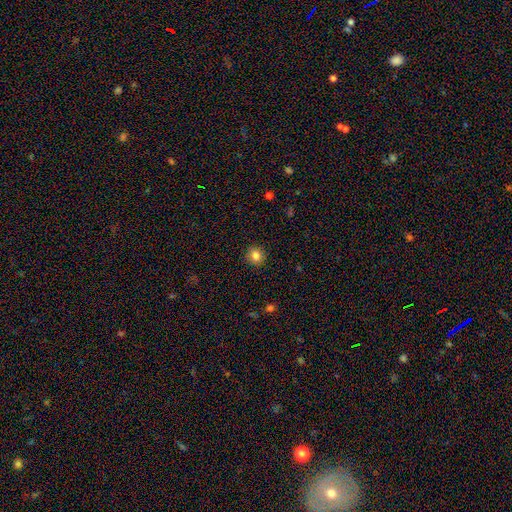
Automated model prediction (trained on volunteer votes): This appears to be a smooth galaxy with no disk features (84%) that is round (88%). Merging: none (91%).